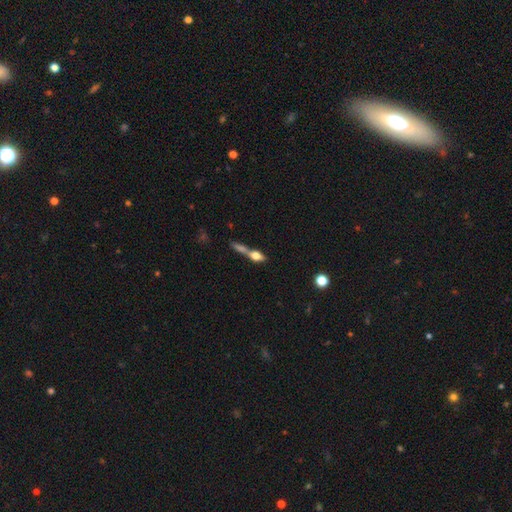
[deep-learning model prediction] Smooth or featured: smooth — 58% (featured or disk — 32%)
How rounded: in between — 52% (cigar-shaped — 35%)
Merging: merger — 53% (none — 30%)